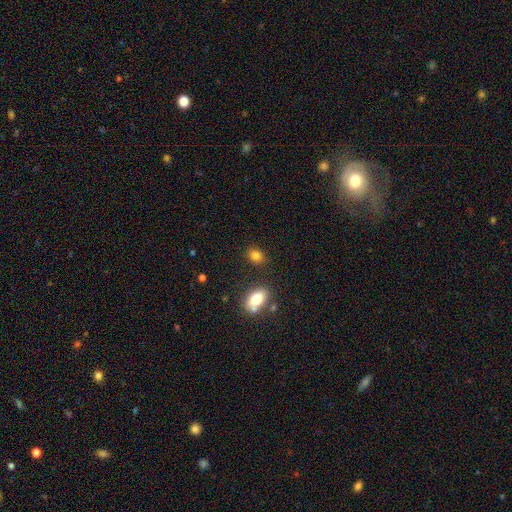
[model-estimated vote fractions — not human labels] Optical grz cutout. It shows a smooth galaxy with no disk features (82%) that is in between round and cigar-shaped (73%). Merging: none (82%).